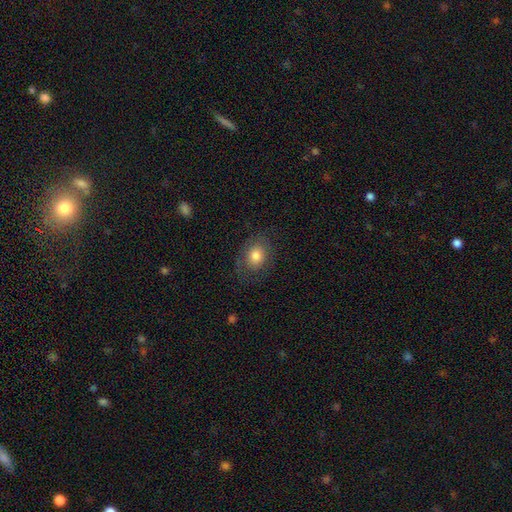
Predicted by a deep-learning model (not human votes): Smooth or featured?
  - smooth: 75% *
  - featured or disk: 16%
  - star or artifact: 9%
How rounded?
  - in between: 53% *
  - round: 46%
  - cigar-shaped: 1%
Merging?
  - none: 75% *
  - minor disturbance: 16%
  - major disturbance: 8%
  - merger: 1%